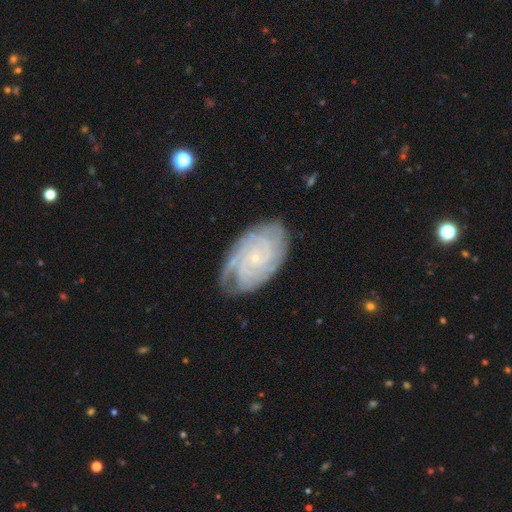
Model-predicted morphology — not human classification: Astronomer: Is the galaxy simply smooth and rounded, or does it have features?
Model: featured or disk — 78%.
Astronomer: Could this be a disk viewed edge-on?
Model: no — 96%.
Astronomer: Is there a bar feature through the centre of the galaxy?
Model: no — 77%.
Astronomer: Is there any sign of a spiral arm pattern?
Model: yes — 96%.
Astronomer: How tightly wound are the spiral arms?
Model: tight — 76%.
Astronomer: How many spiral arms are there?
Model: can't tell — 34% (runner-up: 4, 21%).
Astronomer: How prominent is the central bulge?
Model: small — 82%.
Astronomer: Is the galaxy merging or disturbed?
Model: none — 77%.